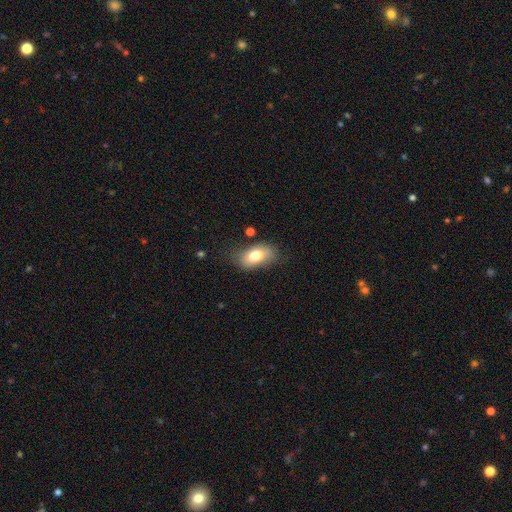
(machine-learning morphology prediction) smooth-or-featured: smooth: 76% | featured or disk: 17% | star or artifact: 8%
  how-rounded: in between: 90% | round: 8% | cigar-shaped: 3%
  merging: none: 71% | minor disturbance: 21% | major disturbance: 6% | merger: 2%